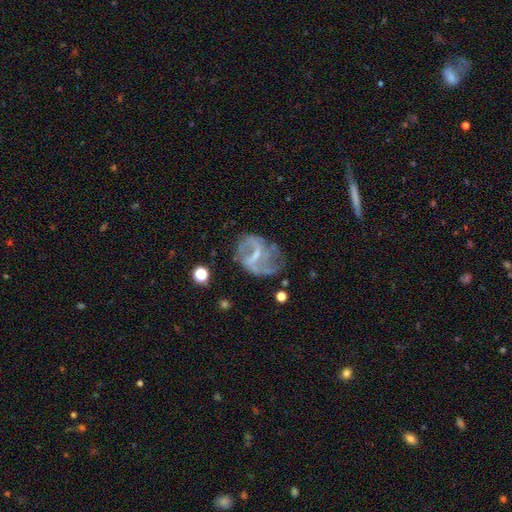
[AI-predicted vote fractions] The model was most divided on "bulge size": small: 41%, none: 35%, moderate: 21%, large: 2%, dominant: 1%. Remaining: edge-on disk — no (97%); smooth or featured — featured or disk (73%); spiral arms — yes (69%); merging — none (47%); bar — weak (47%).